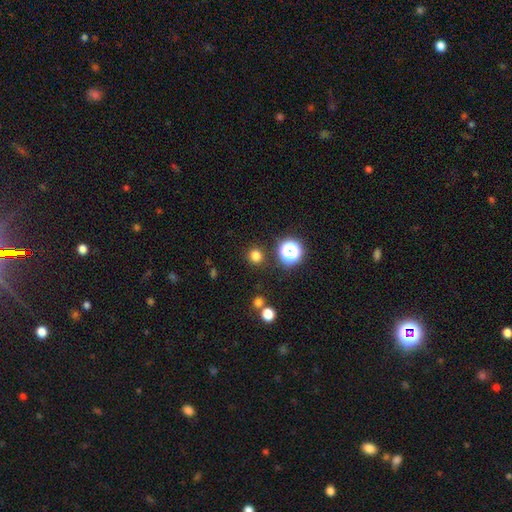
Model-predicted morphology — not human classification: This is likely a smooth galaxy (78%). How rounded: clearly round (92%). Merging: clearly none (88%).